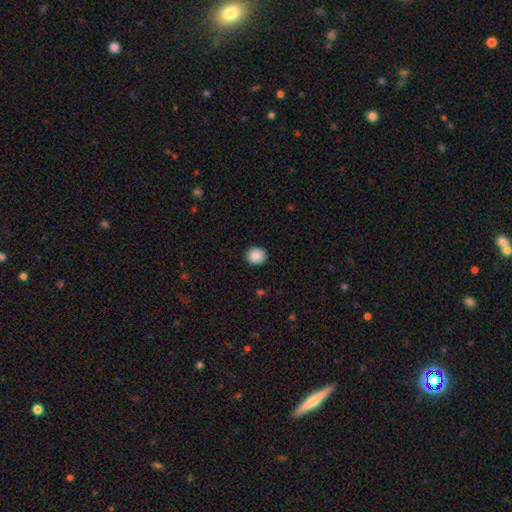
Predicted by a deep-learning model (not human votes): smooth-or-featured: smooth: 89% | star or artifact: 8% | featured or disk: 3%
  how-rounded: round: 79% | in between: 20% | cigar-shaped: 1%
  merging: none: 90% | minor disturbance: 7% | major disturbance: 2% | merger: 1%